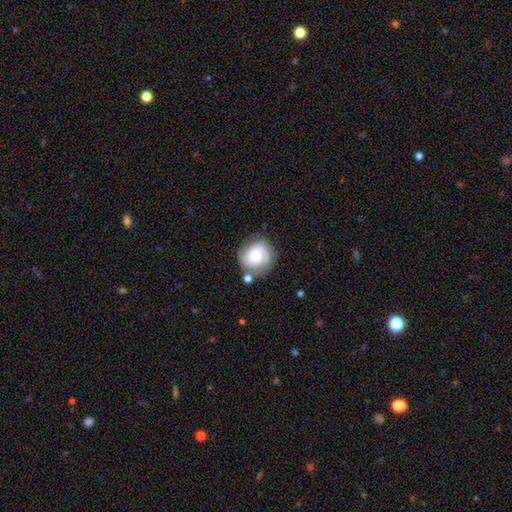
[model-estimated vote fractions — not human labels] smooth_or_featured: featured or disk (p=0.63) [alt: smooth p=0.30]
disk_edge_on: no (p=0.98) [alt: yes p=0.02]
bar: no (p=0.69) [alt: weak p=0.26]
has_spiral_arms: yes (p=0.91) [alt: no p=0.09]
spiral_winding: tight (p=0.49) [alt: medium p=0.38]
spiral_arm_count: 2 (p=0.68) [alt: can't tell p=0.13]
bulge_size: moderate (p=0.60) [alt: small p=0.26]
merging: none (p=0.71) [alt: minor disturbance p=0.16]